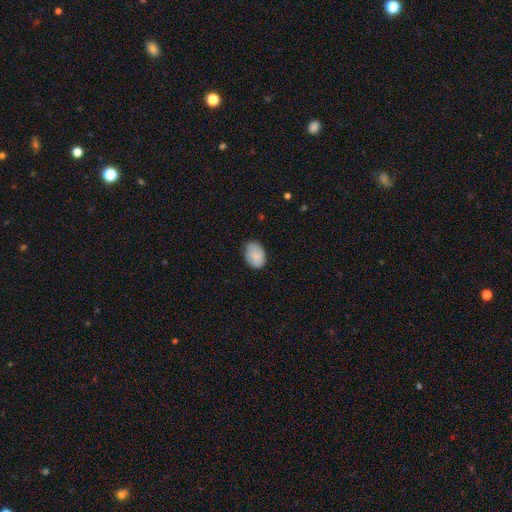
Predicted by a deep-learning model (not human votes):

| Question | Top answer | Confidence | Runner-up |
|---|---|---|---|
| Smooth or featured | smooth | 86% | featured or disk (7%) |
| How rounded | in between | 82% | round (17%) |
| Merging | none | 78% | minor disturbance (18%) |